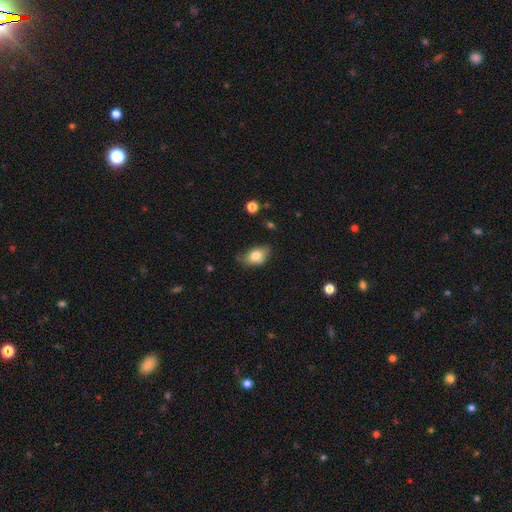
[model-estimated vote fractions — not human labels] smooth-or-featured: smooth: 75% | featured or disk: 17% | star or artifact: 8%
  how-rounded: in between: 85% | round: 13% | cigar-shaped: 2%
  merging: none: 47% | minor disturbance: 39% | major disturbance: 11% | merger: 2%